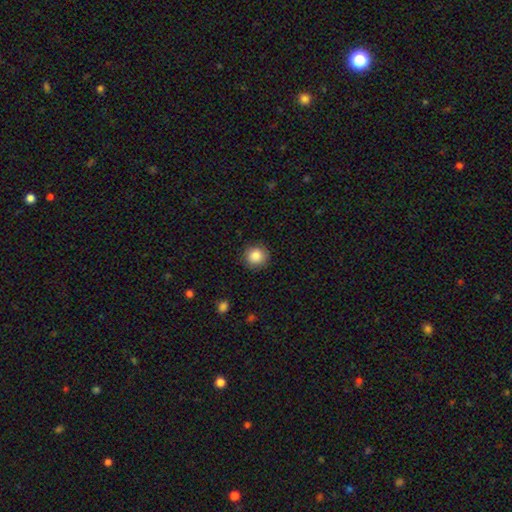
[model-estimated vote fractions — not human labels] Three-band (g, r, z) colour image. It shows a smooth galaxy with no disk features (86%) that is round (93%). Merging: none (90%).